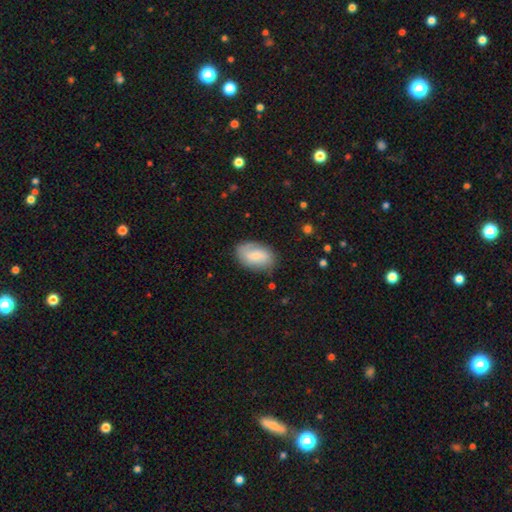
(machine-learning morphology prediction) This is possibly a smooth galaxy (59%). How rounded: clearly in between (89%). Merging: likely none (77%).